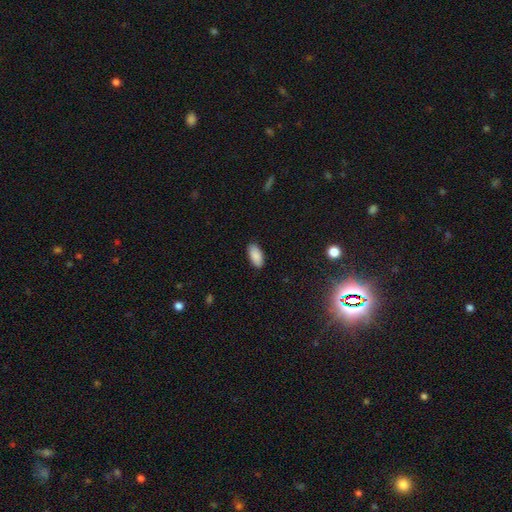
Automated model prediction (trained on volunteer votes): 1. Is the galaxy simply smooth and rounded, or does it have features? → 89% smooth, 7% star or artifact, 4% featured or disk.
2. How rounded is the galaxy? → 93% in between, 5% cigar-shaped, 2% round.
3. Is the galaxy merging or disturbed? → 88% none, 9% minor disturbance, 2% major disturbance, 1% merger.